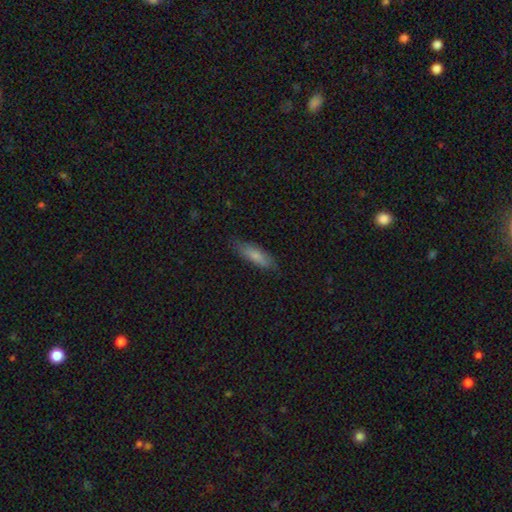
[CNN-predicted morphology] smooth 77%, featured or disk 17%, star or artifact 6%. Down the decision tree: how rounded — cigar-shaped (57%); merging — none (79%).